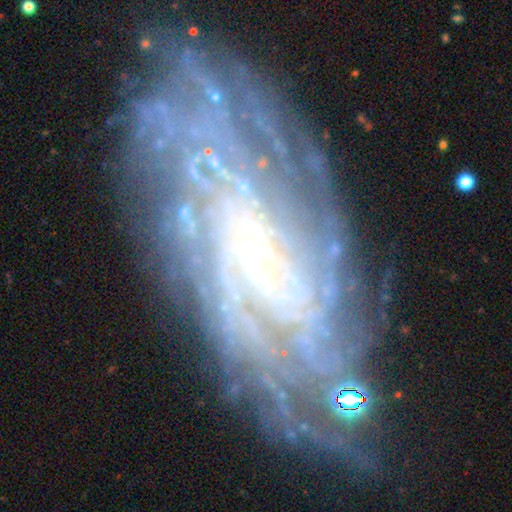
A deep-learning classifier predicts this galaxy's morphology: type=featured or disk (86%); edge-on=no (93%); bar=no (64%); spiral arms=yes (96%); winding=tight (75%); arm count=can't tell (35%); bulge=small (84%); merging=none (72%).